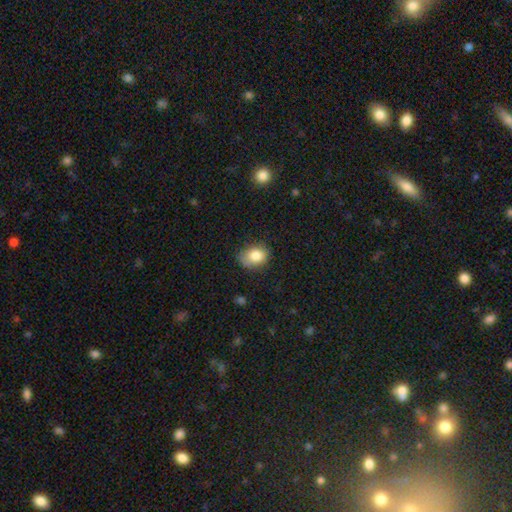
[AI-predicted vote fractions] Q: Smooth or featured?
A: smooth (82%); runner-up: featured or disk (10%)
Q: How rounded?
A: in between (62%); runner-up: round (37%)
Q: Merging?
A: none (66%); runner-up: minor disturbance (26%)